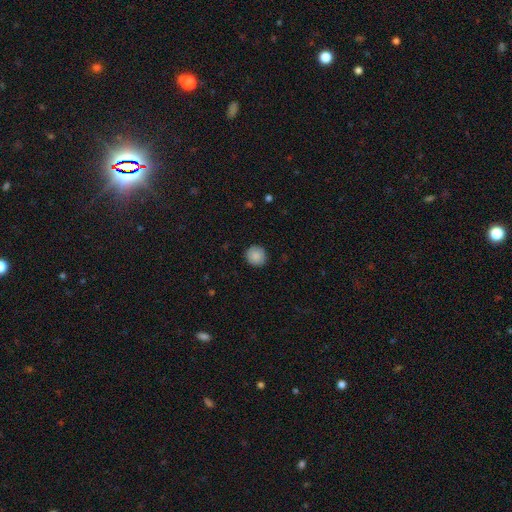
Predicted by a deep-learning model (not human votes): Morphology: type=smooth (88%); roundness=round (93%); merging=none (90%).